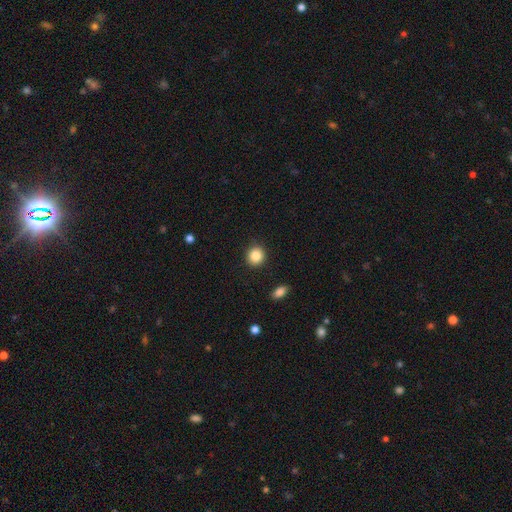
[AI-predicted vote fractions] This is clearly a smooth galaxy (86%). How rounded: clearly round (87%). Merging: clearly none (91%).